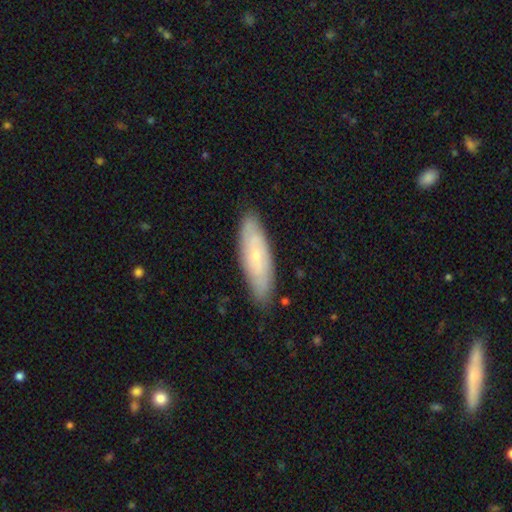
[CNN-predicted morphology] This is possibly a smooth galaxy (47%). Merging: clearly none (82%).